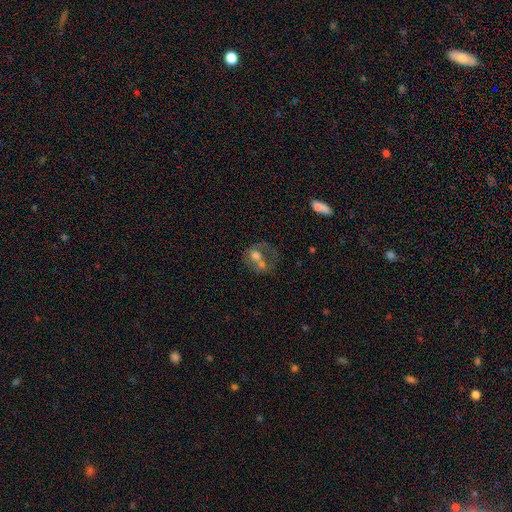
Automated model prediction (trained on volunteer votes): Smooth or featured?
  - smooth: 45% *
  - featured or disk: 44%
  - star or artifact: 10%
Merging?
  - merger: 53% *
  - none: 19%
  - major disturbance: 18%
  - minor disturbance: 10%